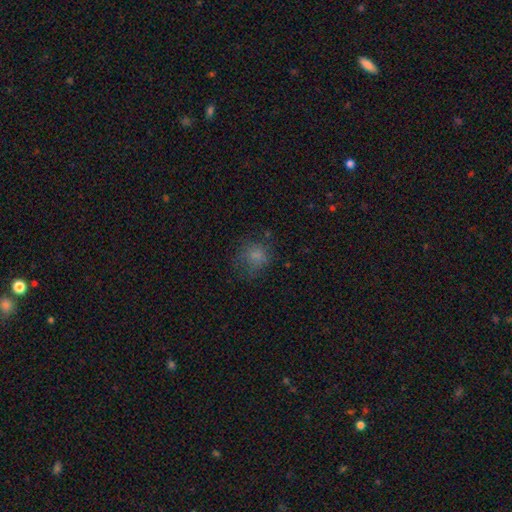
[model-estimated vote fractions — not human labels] Q: Smooth or featured?
A: smooth (70%); runner-up: star or artifact (17%)
Q: How rounded?
A: round (72%); runner-up: in between (27%)
Q: Merging?
A: none (59%); runner-up: minor disturbance (21%)